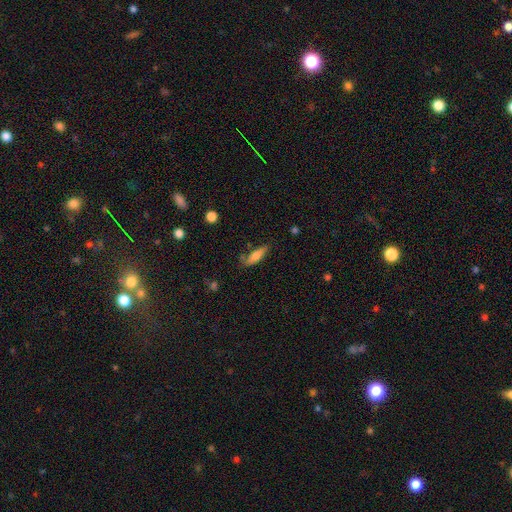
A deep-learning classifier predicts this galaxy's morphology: The model was most divided on "how rounded": cigar-shaped: 56%, in between: 42%, round: 2%. More confident: smooth or featured — smooth (70%); merging — none (68%).